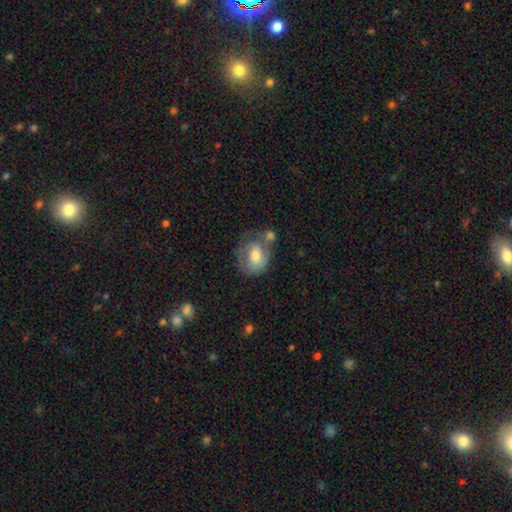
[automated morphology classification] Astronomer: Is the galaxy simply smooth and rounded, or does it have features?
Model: smooth — 61%.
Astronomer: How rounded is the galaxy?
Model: in between — 51% (runner-up: round, 48%).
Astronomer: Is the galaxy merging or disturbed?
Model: none — 40% (runner-up: merger, 25%).